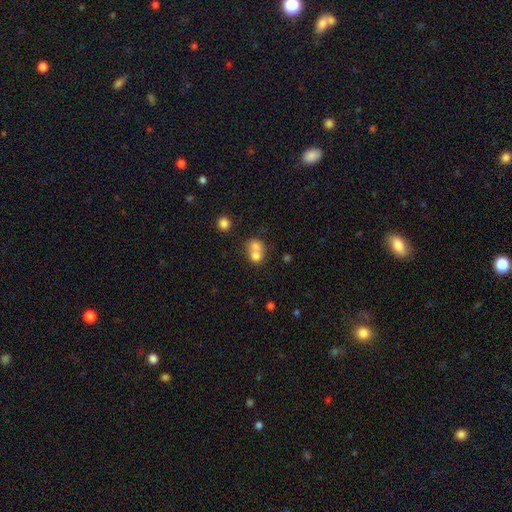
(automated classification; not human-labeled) smooth_or_featured: smooth (p=0.72) [alt: featured or disk p=0.17]
how_rounded: round (p=0.68) [alt: in between p=0.31]
merging: merger (p=0.67) [alt: none p=0.25]